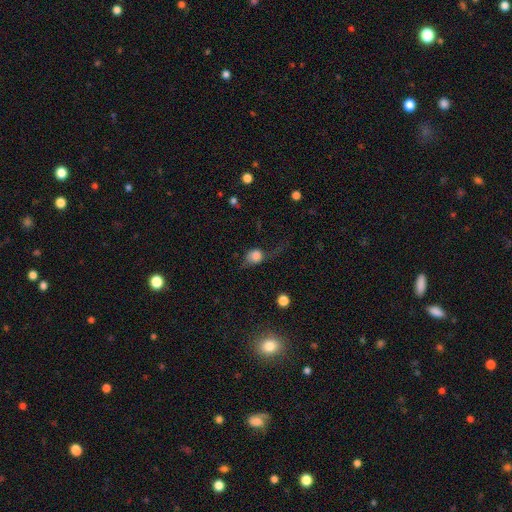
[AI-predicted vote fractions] smooth_or_featured: smooth (p=0.65) [alt: featured or disk p=0.24]
how_rounded: round (p=0.61) [alt: in between p=0.36]
merging: major disturbance (p=0.38) [alt: none p=0.33]